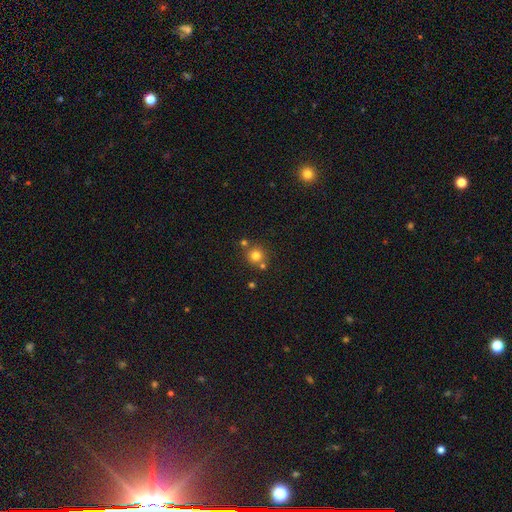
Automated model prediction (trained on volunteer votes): This appears to be a smooth galaxy with no disk features (78%) that is round (91%). Merging: none (71%).